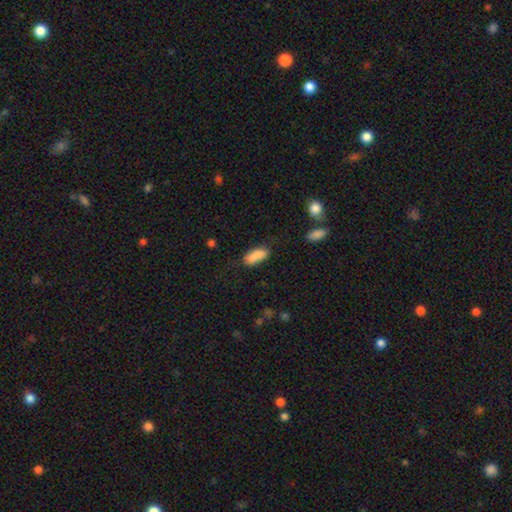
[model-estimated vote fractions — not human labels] A smooth galaxy with no disk features (84%) that is in between round and cigar-shaped (75%).

Vote fractions:
- Smooth or featured? smooth: 84% / featured or disk: 8% / star or artifact: 8%
- How rounded? in between: 75% / cigar-shaped: 22% / round: 2%
- Merging? none: 62% / minor disturbance: 24% / major disturbance: 7% / merger: 6%